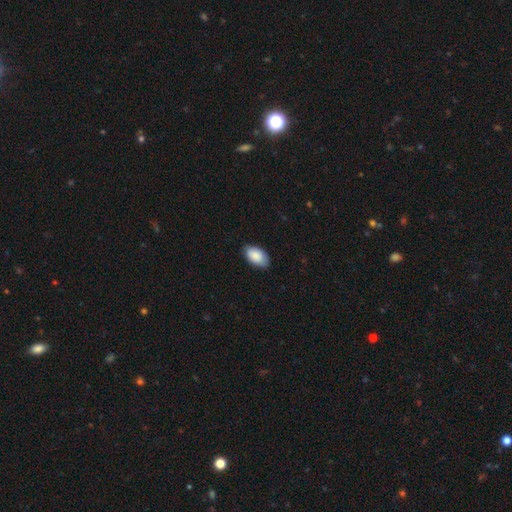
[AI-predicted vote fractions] This appears to be a smooth galaxy with no disk features (88%) that is in between round and cigar-shaped (95%). Merging: none (82%).